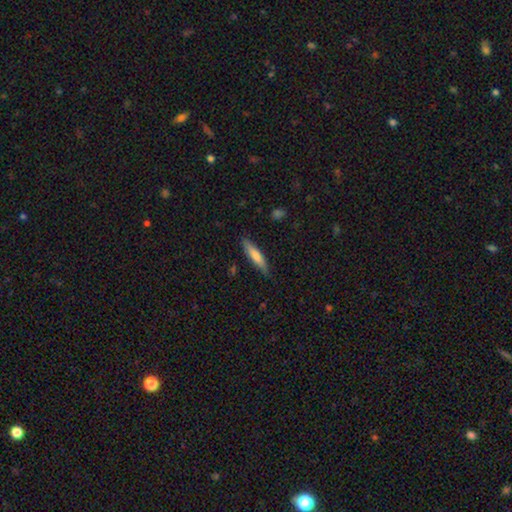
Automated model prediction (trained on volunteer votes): A smooth galaxy with no disk features (71%) that is cigar-shaped (83%).

Vote fractions:
- Smooth or featured? smooth: 71% / featured or disk: 24% / star or artifact: 5%
- How rounded? cigar-shaped: 83% / in between: 15% / round: 1%
- Merging? none: 84% / minor disturbance: 12% / major disturbance: 2% / merger: 1%